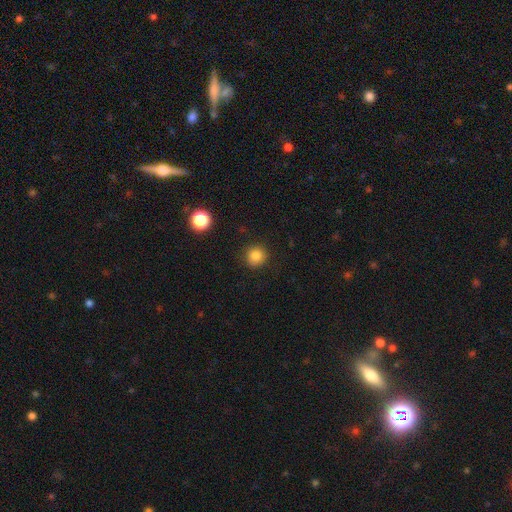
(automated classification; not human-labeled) smooth_or_featured: smooth (p=0.83) [alt: star or artifact p=0.12]
how_rounded: round (p=0.92) [alt: in between p=0.07]
merging: none (p=0.89) [alt: minor disturbance p=0.07]